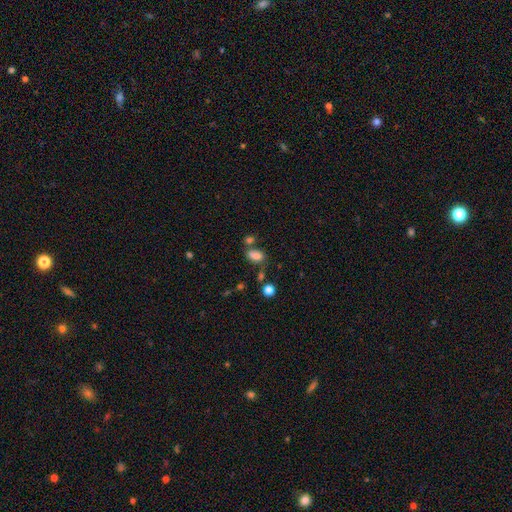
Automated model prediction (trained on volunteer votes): Smooth or featured? smooth (76%)
How rounded? in between (78%)
Merging? none (47%)